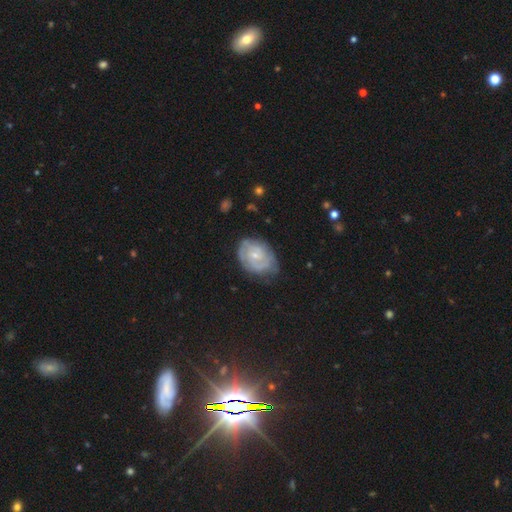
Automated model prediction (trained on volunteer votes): smooth_or_featured: featured or disk (p=0.69) [alt: smooth p=0.25]
disk_edge_on: no (p=0.97) [alt: yes p=0.03]
bar: no (p=0.71) [alt: weak p=0.25]
has_spiral_arms: yes (p=0.82) [alt: no p=0.18]
spiral_winding: tight (p=0.64) [alt: medium p=0.27]
spiral_arm_count: can't tell (p=0.44) [alt: 2 p=0.34]
bulge_size: small (p=0.68) [alt: moderate p=0.27]
merging: none (p=0.62) [alt: minor disturbance p=0.27]